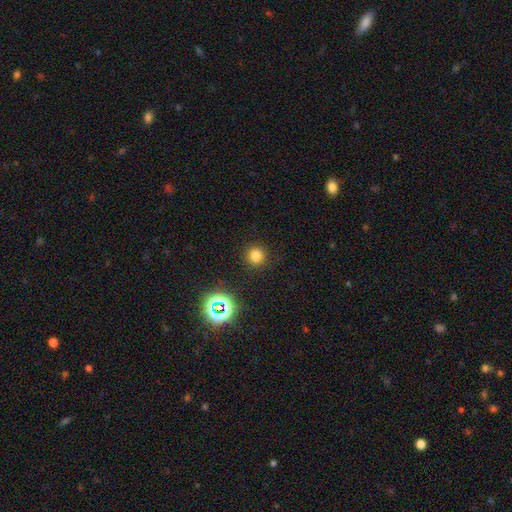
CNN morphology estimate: type=smooth (76%); roundness=round (94%); merging=none (91%).